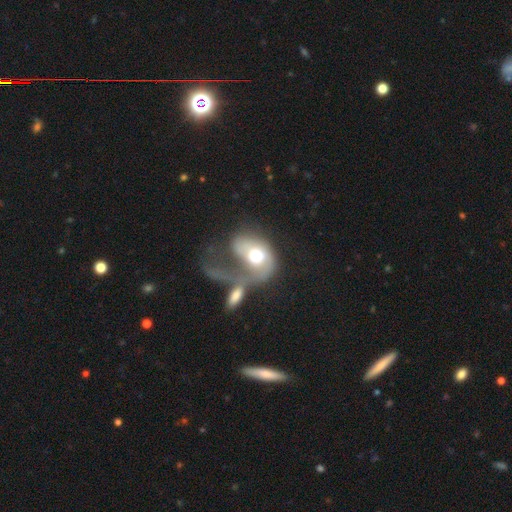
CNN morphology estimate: Overall: featured or disk (53%; smooth 40%). Edge-on disk: no (94%). Bar: no (74%). Spiral arms: yes (61%; no 39%). Bulge size: moderate (62%; large 28%). Merging: merger (48%; major disturbance 35%).